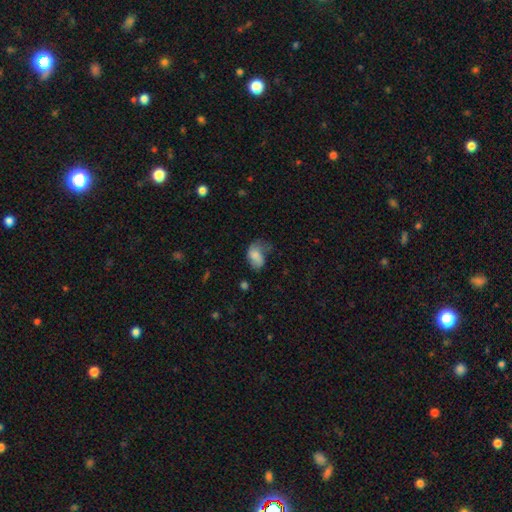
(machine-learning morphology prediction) Smooth or featured?
  - smooth: 69% *
  - featured or disk: 21%
  - star or artifact: 9%
How rounded?
  - in between: 81% *
  - round: 17%
  - cigar-shaped: 1%
Merging?
  - major disturbance: 35% *
  - minor disturbance: 33%
  - none: 28%
  - merger: 4%